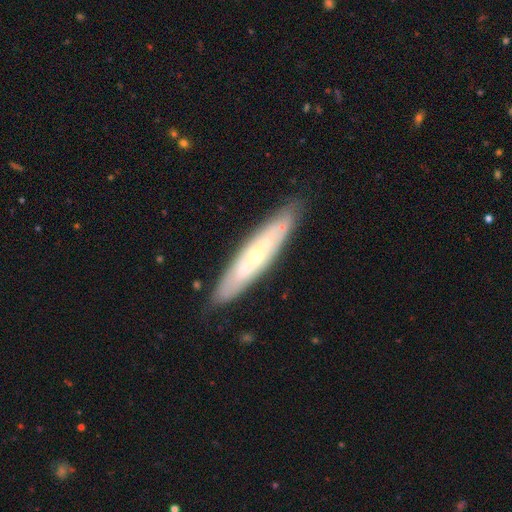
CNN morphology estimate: The model was most divided on "edge-on disk": no: 53%, yes: 47%. More confident: merging — none (84%); smooth or featured — featured or disk (67%).